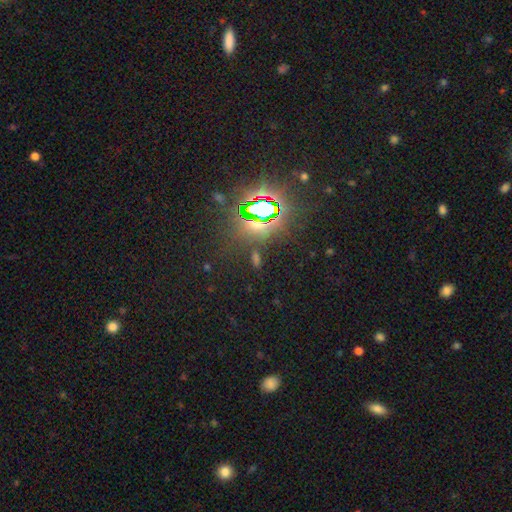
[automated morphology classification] A star or artifact, not a galaxy (74%).

Vote fractions:
- Smooth or featured? star or artifact: 74% / smooth: 18% / featured or disk: 8%